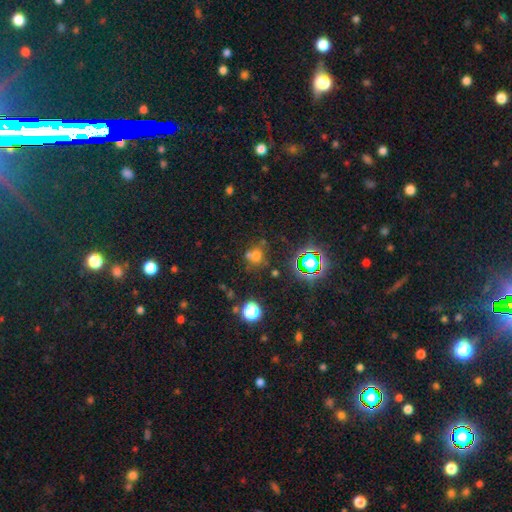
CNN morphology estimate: Overall: smooth (57%; star or artifact 31%). How rounded: round (78%). Merging: none (54%; merger 29%).